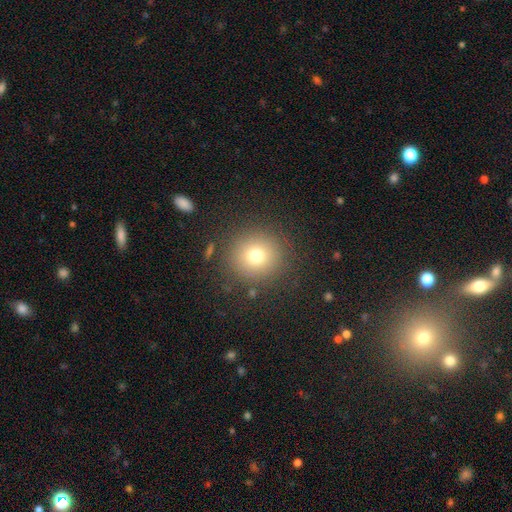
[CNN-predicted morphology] smooth 75%, star or artifact 15%, featured or disk 11%. Down the decision tree: how rounded — round (93%); merging — none (87%).